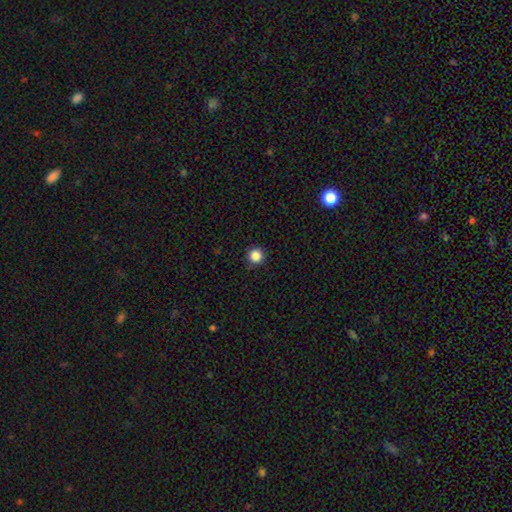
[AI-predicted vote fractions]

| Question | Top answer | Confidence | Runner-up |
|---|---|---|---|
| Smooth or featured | smooth | 87% | star or artifact (11%) |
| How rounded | round | 96% | in between (3%) |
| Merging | none | 92% | minor disturbance (5%) |